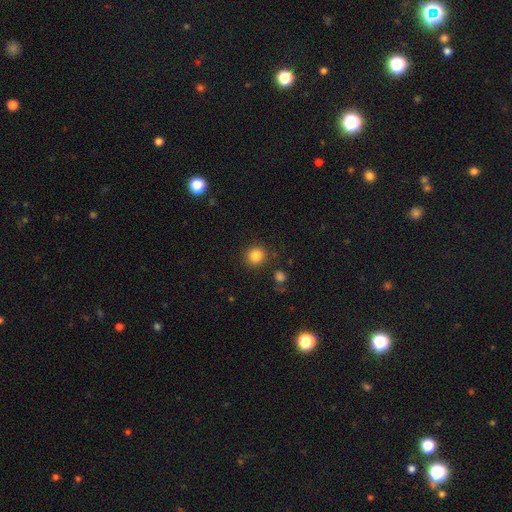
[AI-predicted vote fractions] This appears to be a smooth galaxy with no disk features (84%) that is round (90%). Merging: none (87%).